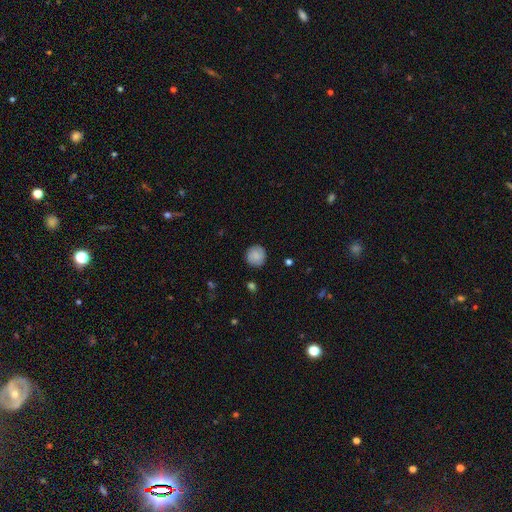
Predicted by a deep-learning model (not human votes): Smooth or featured: smooth — 83% (featured or disk — 9%)
How rounded: round — 93% (in between — 6%)
Merging: none — 86% (minor disturbance — 10%)